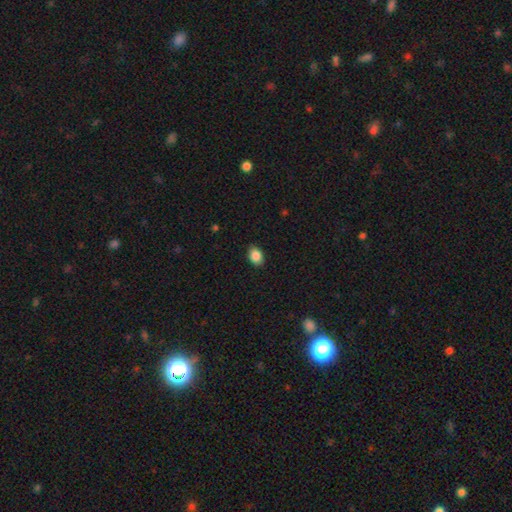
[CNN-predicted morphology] Overall: smooth (88%). How rounded: in between (72%). Merging: none (87%).